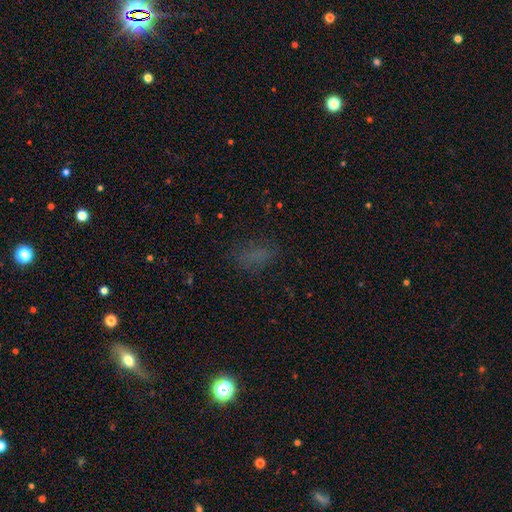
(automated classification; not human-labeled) Q: Smooth or featured?
A: smooth (63%); runner-up: star or artifact (25%)
Q: How rounded?
A: in between (79%); runner-up: round (14%)
Q: Merging?
A: none (71%); runner-up: minor disturbance (17%)